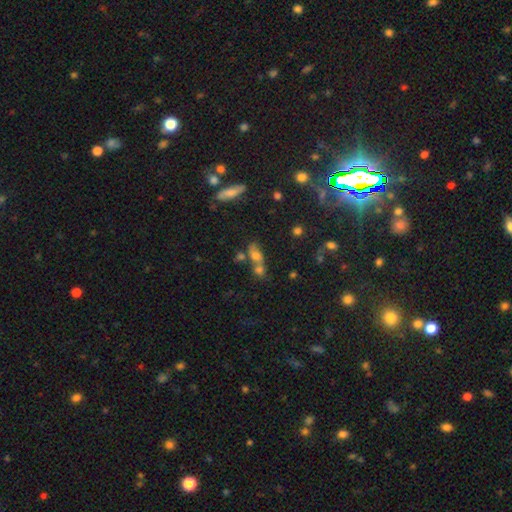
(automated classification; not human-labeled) Smooth or featured?
  - smooth: 54% *
  - featured or disk: 26%
  - star or artifact: 19%
How rounded?
  - in between: 57% *
  - round: 31%
  - cigar-shaped: 12%
Merging?
  - merger: 51% *
  - none: 30%
  - minor disturbance: 11%
  - major disturbance: 8%